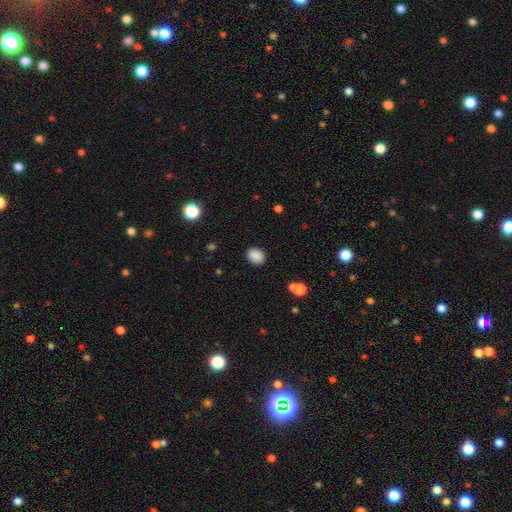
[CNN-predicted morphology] smooth 87%, star or artifact 9%, featured or disk 4%. Down the decision tree: how rounded — round (57%); merging — none (87%).